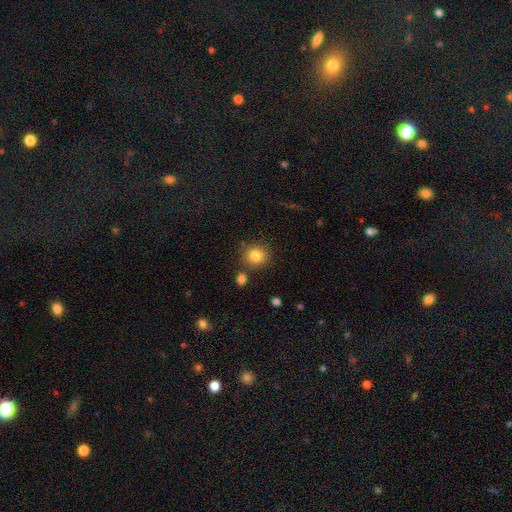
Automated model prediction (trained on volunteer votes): Smooth or featured?
  - smooth: 83% *
  - star or artifact: 10%
  - featured or disk: 6%
How rounded?
  - round: 87% *
  - in between: 12%
  - cigar-shaped: 1%
Merging?
  - none: 82% *
  - minor disturbance: 9%
  - merger: 7%
  - major disturbance: 3%